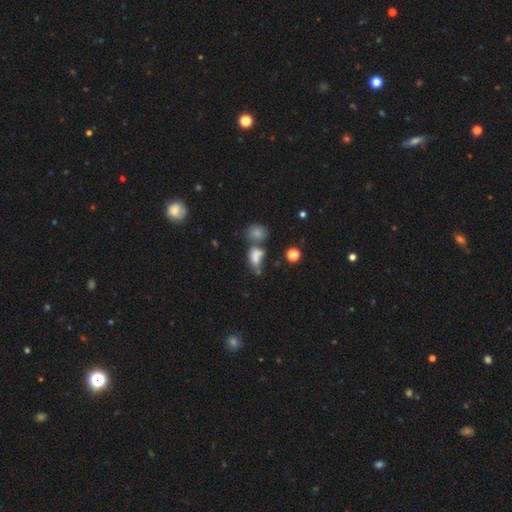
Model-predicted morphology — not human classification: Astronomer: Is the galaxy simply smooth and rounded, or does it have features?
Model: smooth — 68%.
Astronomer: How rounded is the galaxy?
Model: in between — 75%.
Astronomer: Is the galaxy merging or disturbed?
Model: merger — 44% (runner-up: none, 28%).